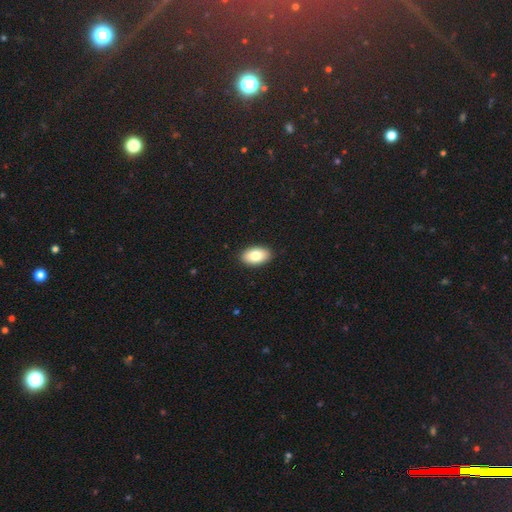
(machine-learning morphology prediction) smooth 81%, featured or disk 12%, star or artifact 7%. Down the decision tree: how rounded — in between (94%); merging — none (91%).